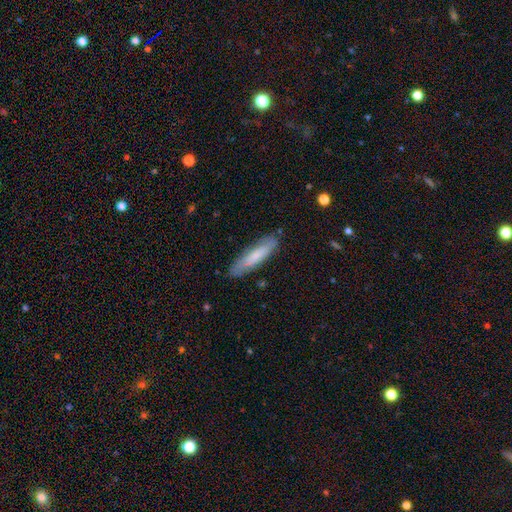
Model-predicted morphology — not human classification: The model was most divided on "smooth or featured": smooth: 68%, featured or disk: 26%, star or artifact: 6%. More confident: merging — none (81%); how rounded — cigar-shaped (77%).